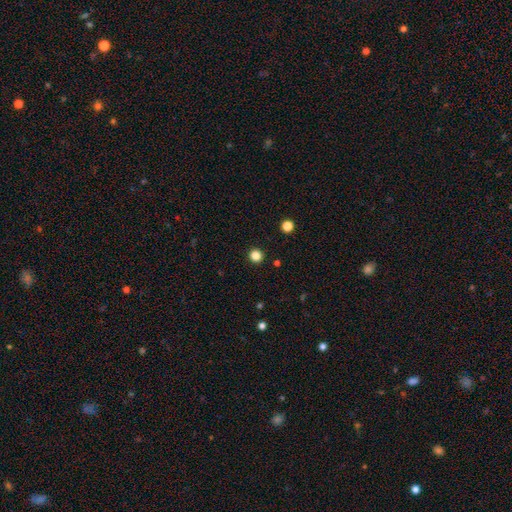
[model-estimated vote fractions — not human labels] Q: Smooth or featured?
A: smooth (84%); runner-up: star or artifact (13%)
Q: How rounded?
A: round (95%); runner-up: in between (4%)
Q: Merging?
A: none (93%); runner-up: minor disturbance (4%)